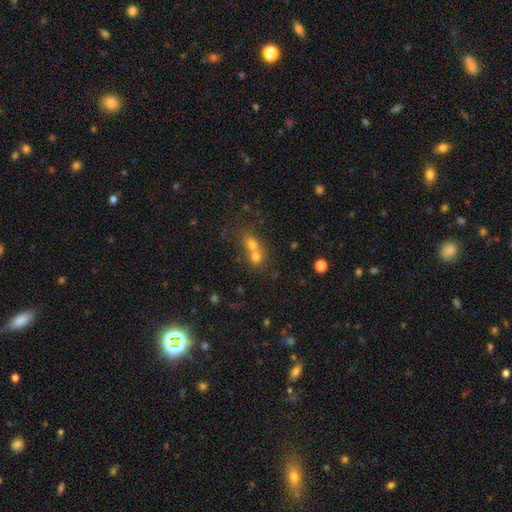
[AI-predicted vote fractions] This appears to be a smooth galaxy with no disk features (65%) that is round (65%). Merging: merger (69%).